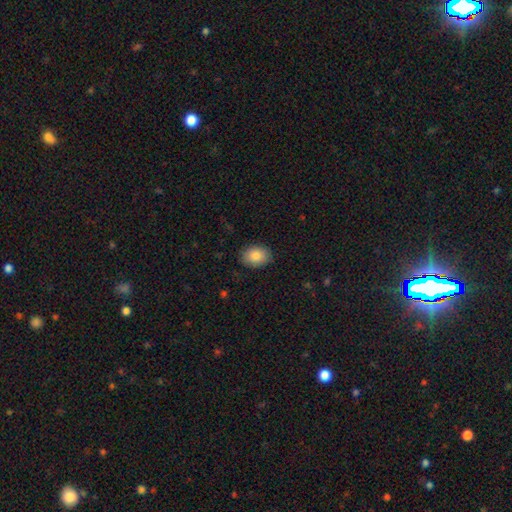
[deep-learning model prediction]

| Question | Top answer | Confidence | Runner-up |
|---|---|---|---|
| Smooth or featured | smooth | 87% | star or artifact (7%) |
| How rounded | in between | 76% | round (23%) |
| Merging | none | 87% | minor disturbance (10%) |